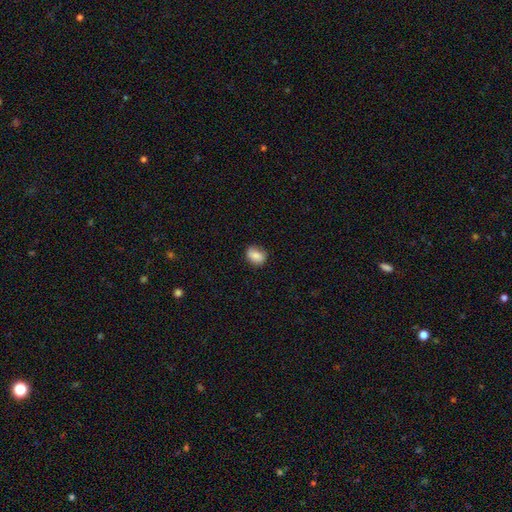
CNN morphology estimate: A smooth galaxy with no disk features (84%) that is in between round and cigar-shaped (63%). Merging: none (78%).